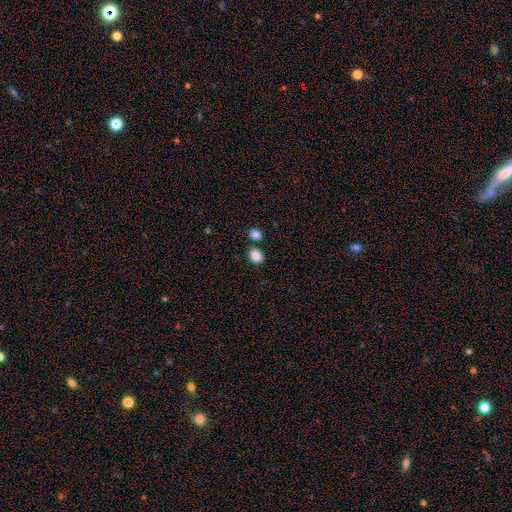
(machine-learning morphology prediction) Q: Smooth or featured?
A: smooth (87%); runner-up: star or artifact (10%)
Q: How rounded?
A: in between (55%); runner-up: round (44%)
Q: Merging?
A: none (76%); runner-up: merger (13%)